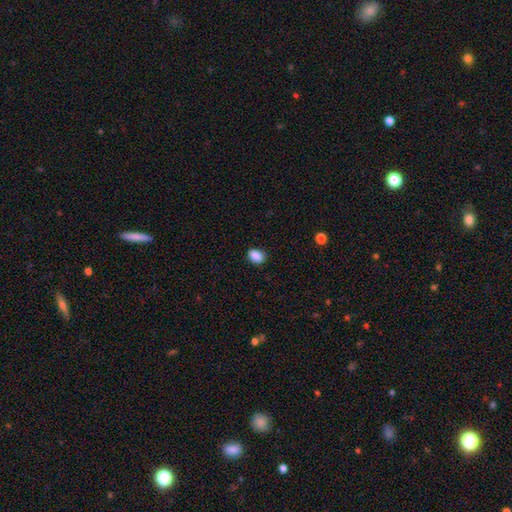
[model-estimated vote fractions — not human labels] Smooth or featured?
  - smooth: 88% *
  - star or artifact: 9%
  - featured or disk: 3%
How rounded?
  - in between: 74% *
  - round: 25%
  - cigar-shaped: 1%
Merging?
  - none: 83% *
  - minor disturbance: 13%
  - major disturbance: 2%
  - merger: 1%